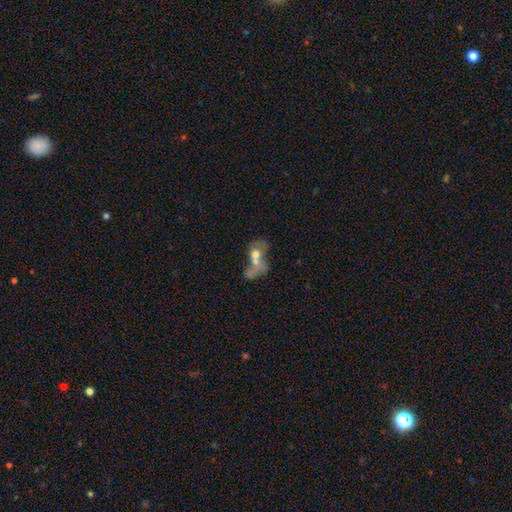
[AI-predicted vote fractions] smooth_or_featured: featured or disk (p=0.44) [alt: smooth p=0.43]
merging: merger (p=0.64) [alt: major disturbance p=0.14]